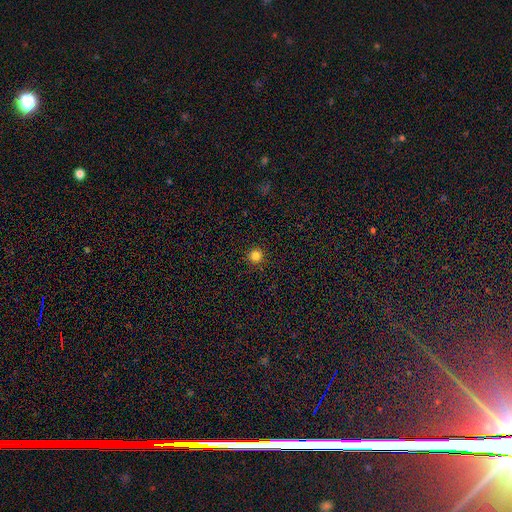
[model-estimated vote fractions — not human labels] A smooth galaxy with no disk features (83%) that is round (96%).

Vote fractions:
- Smooth or featured? smooth: 83% / star or artifact: 14% / featured or disk: 4%
- How rounded? round: 96% / in between: 3% / cigar-shaped: 1%
- Merging? none: 92% / minor disturbance: 5% / major disturbance: 2% / merger: 1%